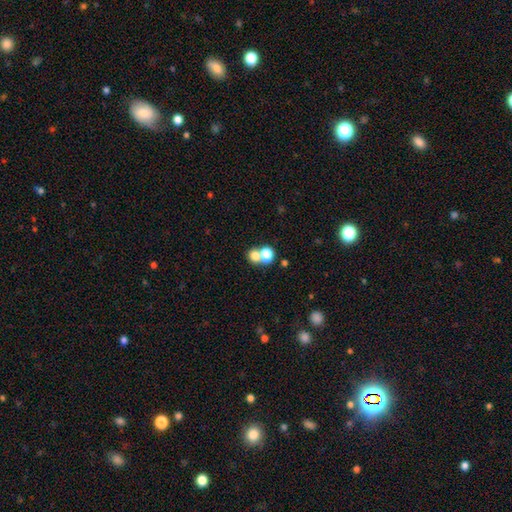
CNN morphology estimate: smooth_or_featured: smooth (p=0.74) [alt: star or artifact p=0.15]
how_rounded: round (p=0.72) [alt: in between p=0.27]
merging: merger (p=0.49) [alt: none p=0.42]